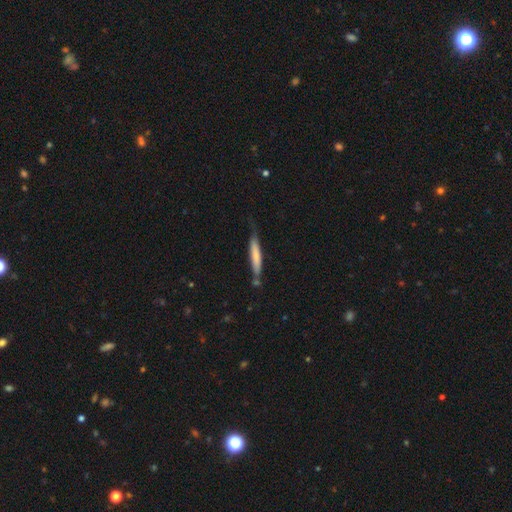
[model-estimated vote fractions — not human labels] Smooth or featured? smooth (68%)
How rounded? cigar-shaped (91%)
Merging? none (58%)